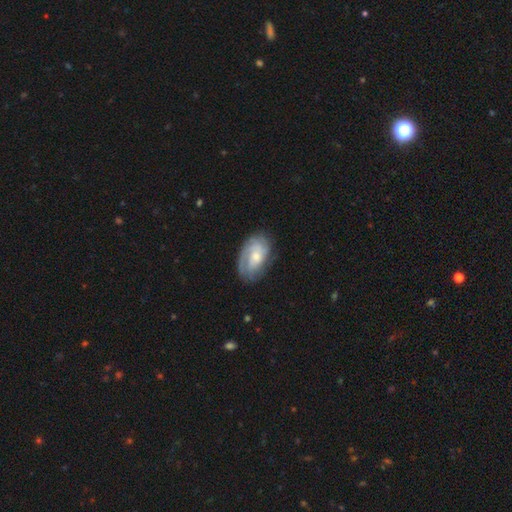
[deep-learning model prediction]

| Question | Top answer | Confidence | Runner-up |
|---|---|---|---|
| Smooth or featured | featured or disk | 69% | smooth (25%) |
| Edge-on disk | no | 96% | yes (4%) |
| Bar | no | 68% | weak (28%) |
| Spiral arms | yes | 89% | no (11%) |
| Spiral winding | tight | 56% | medium (32%) |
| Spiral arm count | can't tell | 40% | 2 (25%) |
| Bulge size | small | 46% | moderate (44%) |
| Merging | none | 72% | minor disturbance (19%) |